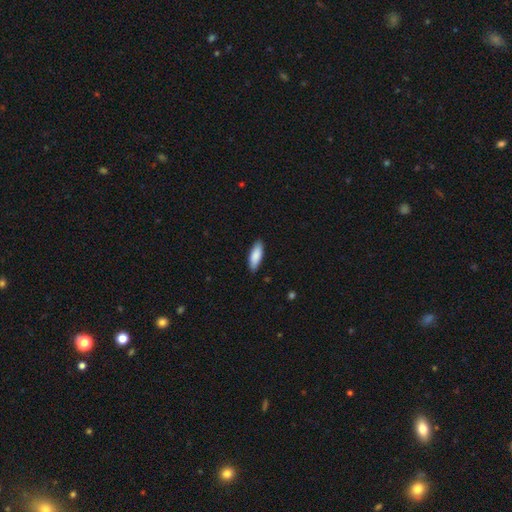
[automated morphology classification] Smooth or featured? Predicted: smooth (p=0.87). How rounded? Predicted: in between (p=0.66). Merging? Predicted: none (p=0.87).